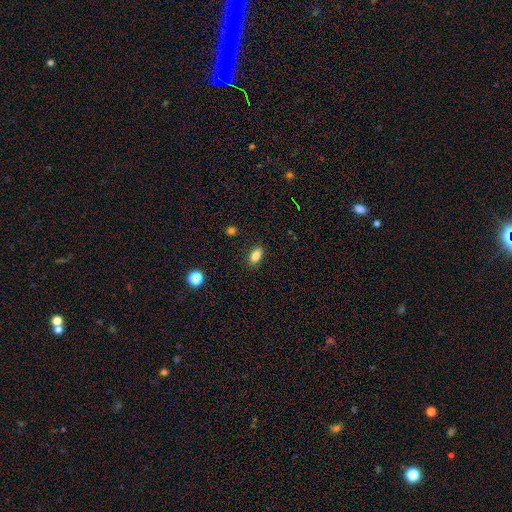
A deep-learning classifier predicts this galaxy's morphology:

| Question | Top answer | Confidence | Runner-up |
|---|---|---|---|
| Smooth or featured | smooth | 85% | star or artifact (9%) |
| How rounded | in between | 89% | round (8%) |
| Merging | none | 87% | minor disturbance (9%) |